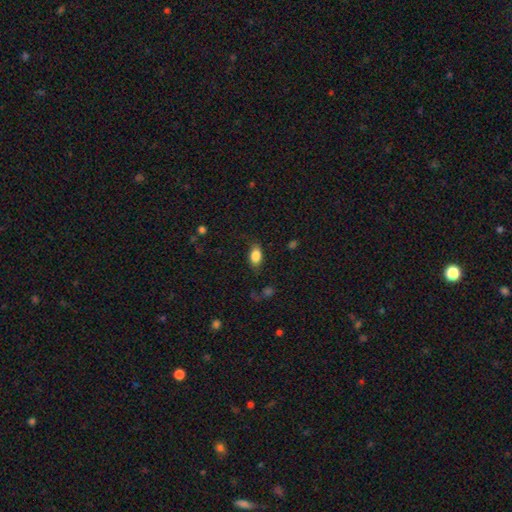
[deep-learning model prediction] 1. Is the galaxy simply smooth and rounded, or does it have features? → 83% smooth, 9% featured or disk, 8% star or artifact.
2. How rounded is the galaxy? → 88% in between, 8% round, 4% cigar-shaped.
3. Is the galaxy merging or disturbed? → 77% none, 16% minor disturbance, 5% major disturbance, 1% merger.